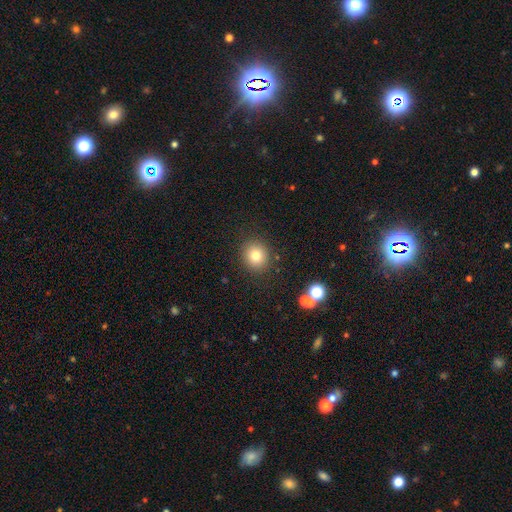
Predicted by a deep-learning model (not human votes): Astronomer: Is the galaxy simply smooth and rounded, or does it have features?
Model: smooth — 78%.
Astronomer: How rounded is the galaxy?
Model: round — 87%.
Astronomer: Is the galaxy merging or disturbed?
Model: none — 88%.